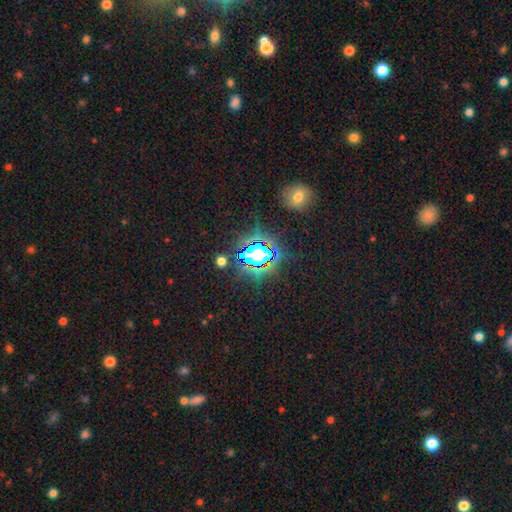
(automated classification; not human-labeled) A star or artifact, not a galaxy (78%).